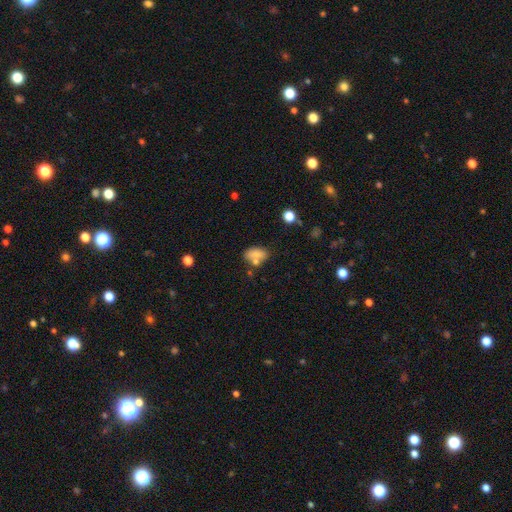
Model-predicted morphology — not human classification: This is likely a smooth galaxy (75%). How rounded: clearly in between (85%). Merging: possibly none (52%).